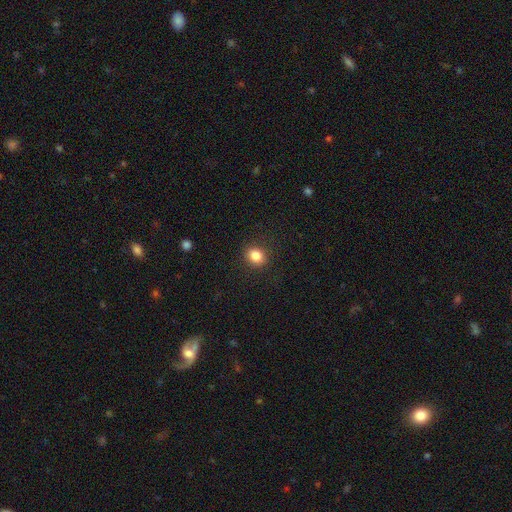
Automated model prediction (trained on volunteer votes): This is clearly a smooth galaxy (84%). How rounded: likely round (65%). Merging: clearly none (89%).